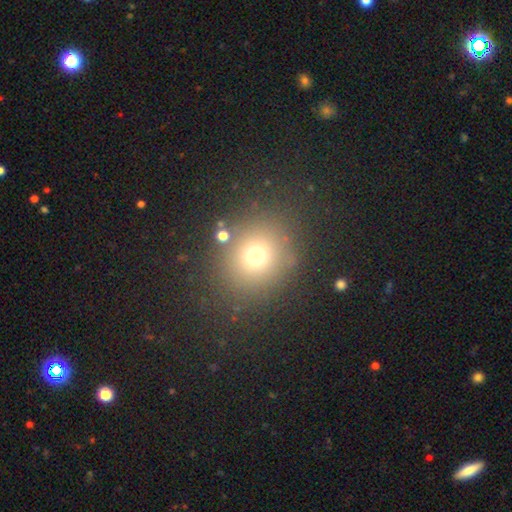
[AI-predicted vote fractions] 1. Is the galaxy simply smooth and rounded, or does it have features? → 71% smooth, 19% star or artifact, 10% featured or disk.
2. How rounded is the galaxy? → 76% round, 23% in between, 1% cigar-shaped.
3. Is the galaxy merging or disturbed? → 82% none, 9% minor disturbance, 5% major disturbance, 4% merger.